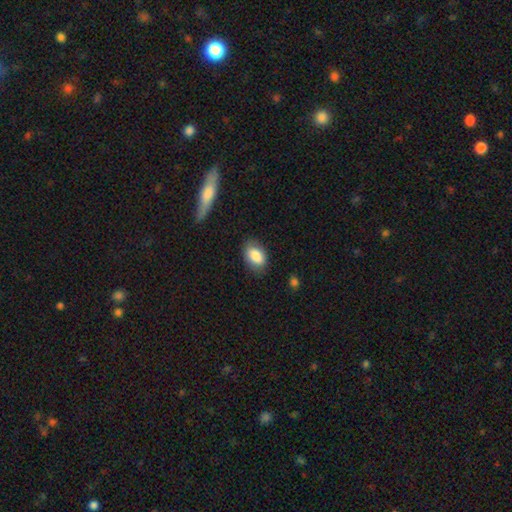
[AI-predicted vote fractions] Smooth or featured?
  - smooth: 84% *
  - featured or disk: 9%
  - star or artifact: 7%
How rounded?
  - in between: 88% *
  - round: 11%
  - cigar-shaped: 1%
Merging?
  - none: 80% *
  - minor disturbance: 15%
  - major disturbance: 3%
  - merger: 1%